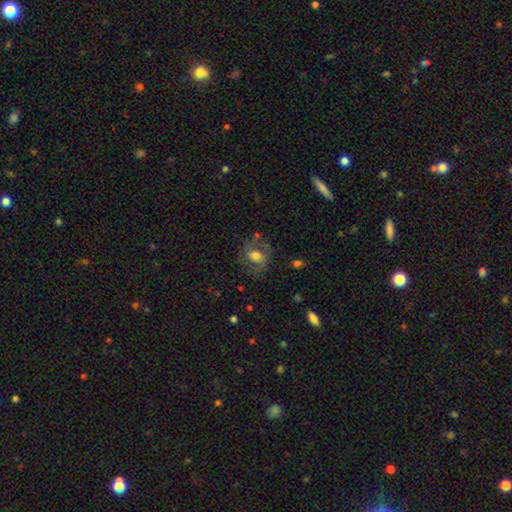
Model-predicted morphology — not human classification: smooth_or_featured: smooth (p=0.48) [alt: featured or disk p=0.43]
merging: none (p=0.65) [alt: minor disturbance p=0.20]